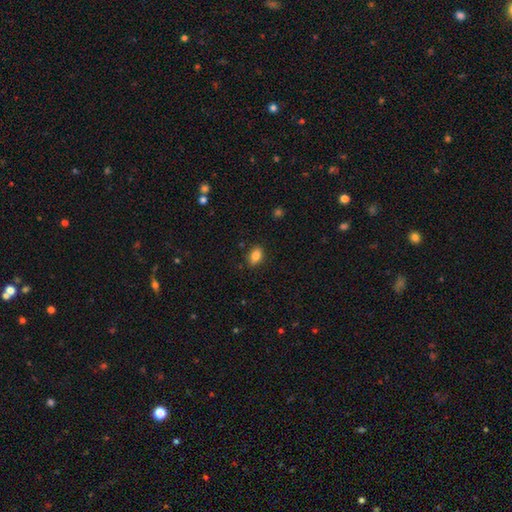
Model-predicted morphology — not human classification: This appears to be a smooth galaxy with no disk features (84%) that is in between round and cigar-shaped (84%). Merging: none (85%).